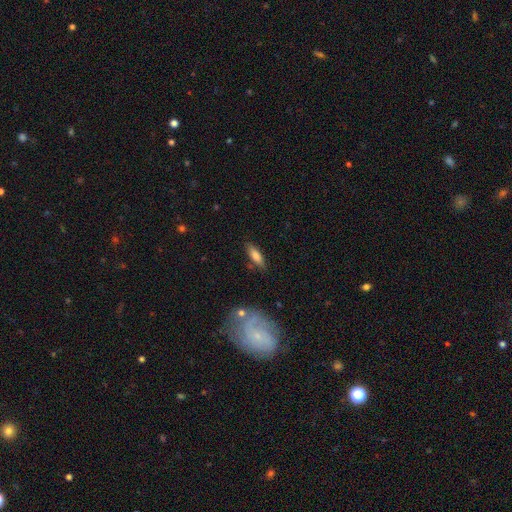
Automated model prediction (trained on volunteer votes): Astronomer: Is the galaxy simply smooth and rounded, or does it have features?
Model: smooth — 72%.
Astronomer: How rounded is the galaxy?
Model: in between — 51% (runner-up: cigar-shaped, 47%).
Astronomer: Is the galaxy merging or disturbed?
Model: none — 80%.